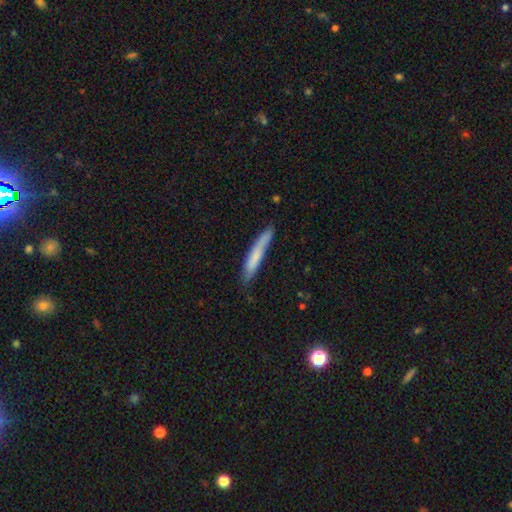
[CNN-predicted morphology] The model was most divided on "smooth or featured": smooth: 70%, featured or disk: 24%, star or artifact: 6%. More confident: how rounded — cigar-shaped (94%); merging — none (75%).